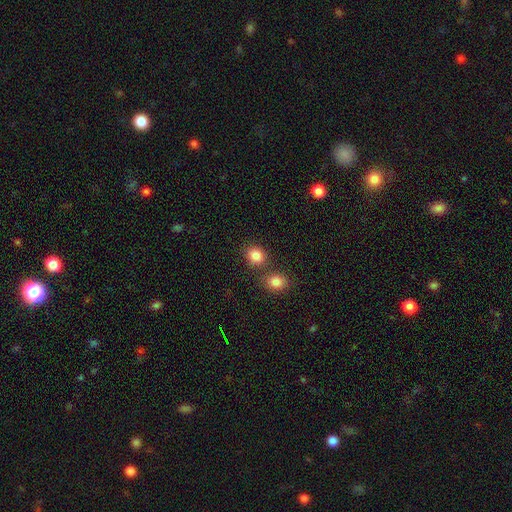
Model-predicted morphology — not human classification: Smooth or featured?
  - smooth: 84% *
  - star or artifact: 11%
  - featured or disk: 5%
How rounded?
  - round: 72% *
  - in between: 27%
  - cigar-shaped: 1%
Merging?
  - none: 68% *
  - merger: 20%
  - minor disturbance: 9%
  - major disturbance: 3%